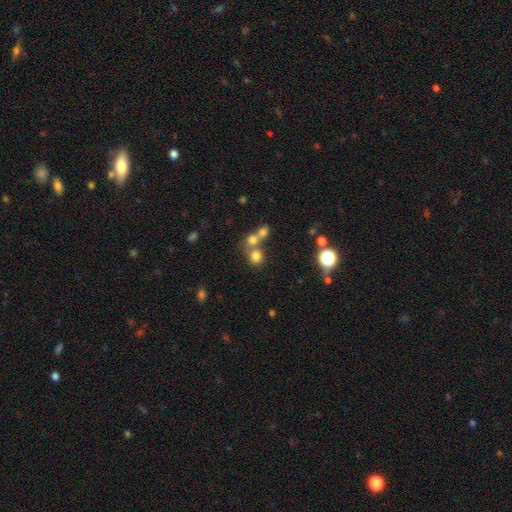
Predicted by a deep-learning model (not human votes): A smooth galaxy with no disk features (72%) that is round (84%). Merging: none (50%).